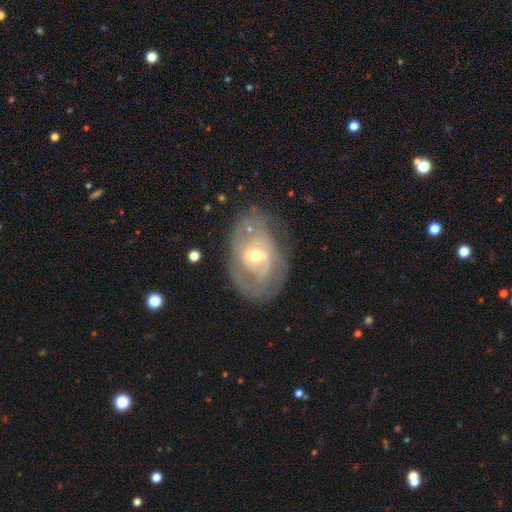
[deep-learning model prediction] featured or disk 78%, smooth 16%, star or artifact 6%. Down the decision tree: edge-on disk — no (95%); bar — no (49%); spiral arms — yes (80%); spiral arm count — 2 (47%); spiral winding — tight (51%); bulge size — moderate (53%); merging — none (62%).